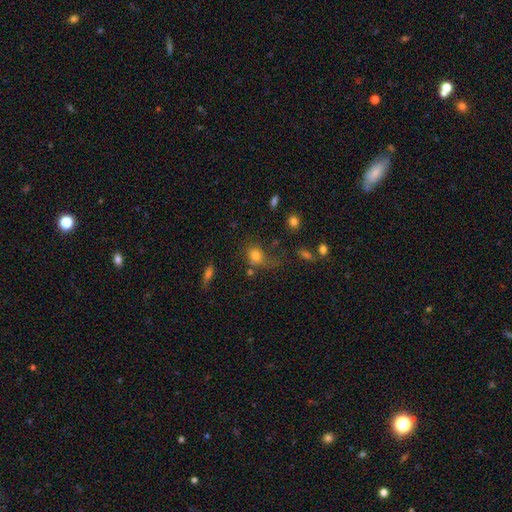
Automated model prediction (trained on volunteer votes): smooth-or-featured: smooth: 77% | star or artifact: 13% | featured or disk: 10%
  how-rounded: round: 60% | in between: 38% | cigar-shaped: 2%
  merging: none: 44% | minor disturbance: 23% | major disturbance: 22% | merger: 11%